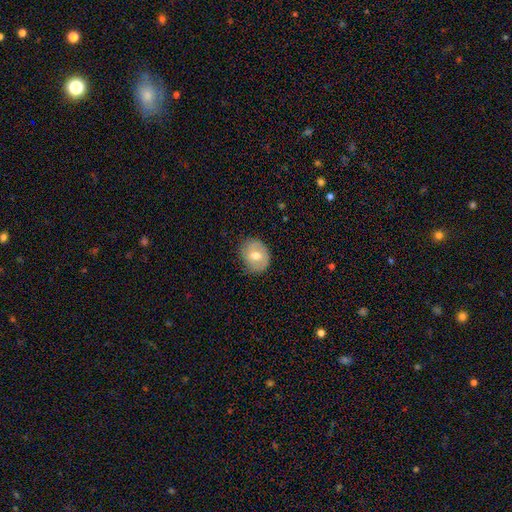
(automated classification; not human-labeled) Overall: smooth (55%; featured or disk 38%). How rounded: round (61%; in between 38%). Merging: none (74%).